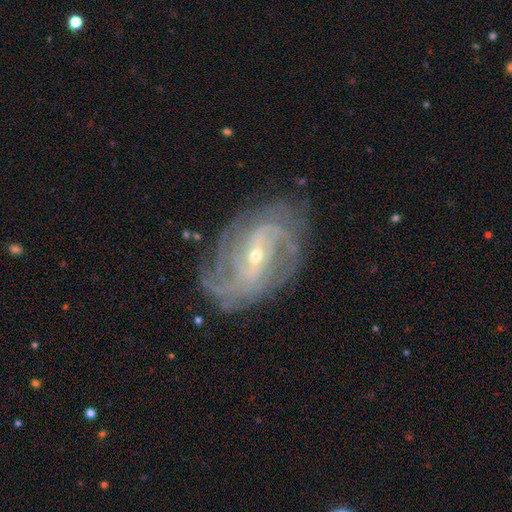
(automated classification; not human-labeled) This appears to be a featured or disk galaxy (90%) with a weak bar (45%), tight (56%) spiral arms (97%) and a small central bulge (71%). Merging: none (77%).